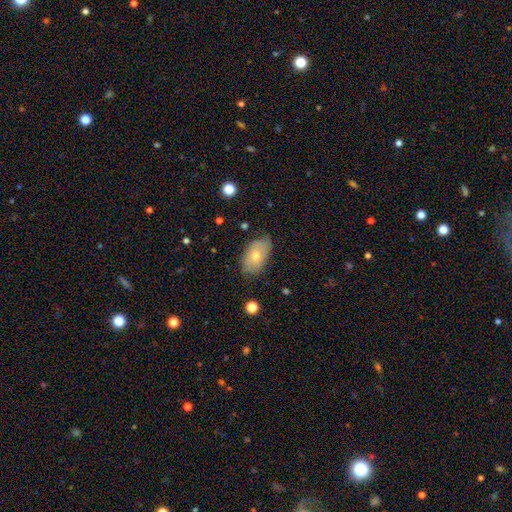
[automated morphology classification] smooth 57%, featured or disk 35%, star or artifact 9%. Down the decision tree: how rounded — in between (91%); merging — none (75%).